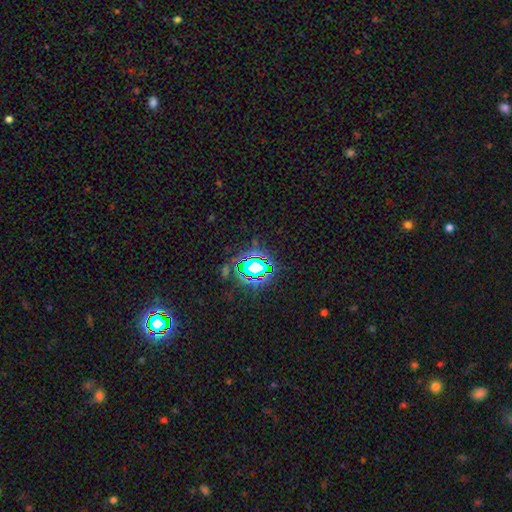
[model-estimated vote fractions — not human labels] Smooth or featured?
  - star or artifact: 72% *
  - smooth: 17%
  - featured or disk: 11%